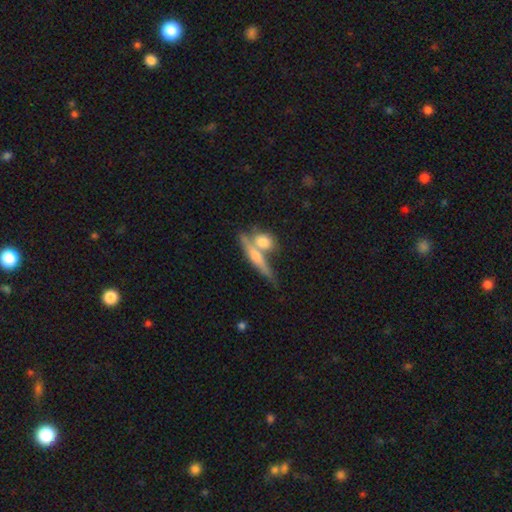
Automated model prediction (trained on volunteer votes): Smooth or featured: smooth — 49% (featured or disk — 44%)
Merging: none — 45% (merger — 39%)